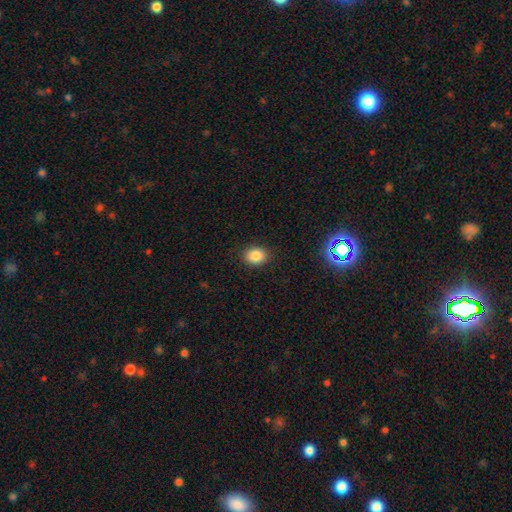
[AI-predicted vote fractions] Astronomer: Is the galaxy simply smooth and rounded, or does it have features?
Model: smooth — 85%.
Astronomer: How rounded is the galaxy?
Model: in between — 55% (runner-up: round, 44%).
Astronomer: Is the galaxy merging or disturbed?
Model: none — 89%.